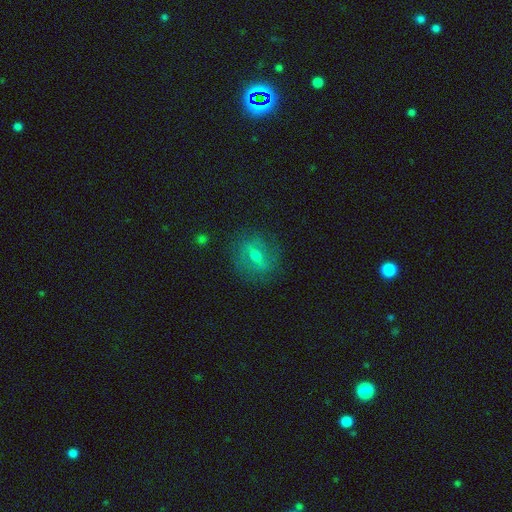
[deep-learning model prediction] This appears to be a featured or disk galaxy (51%). Merging: none (79%).